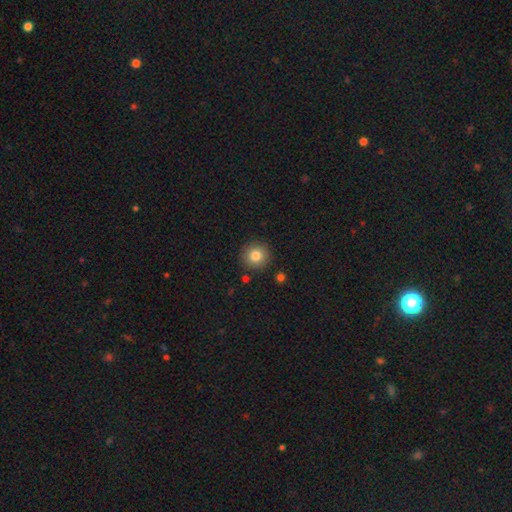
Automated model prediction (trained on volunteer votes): The model was most divided on "smooth or featured": smooth: 82%, star or artifact: 10%, featured or disk: 8%. More confident: how rounded — round (93%); merging — none (89%).